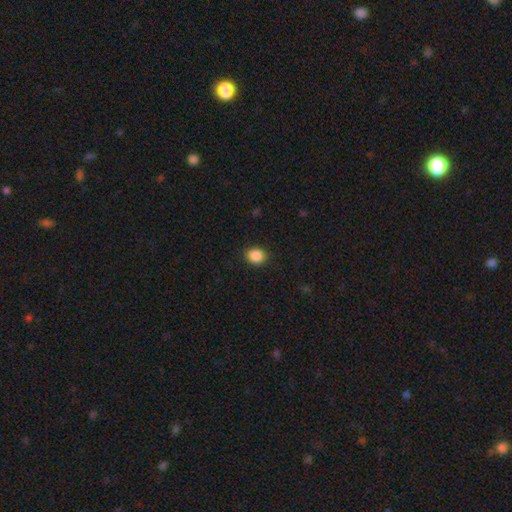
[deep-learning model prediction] Morphology: type=smooth (88%); roundness=round (65%); merging=none (88%).